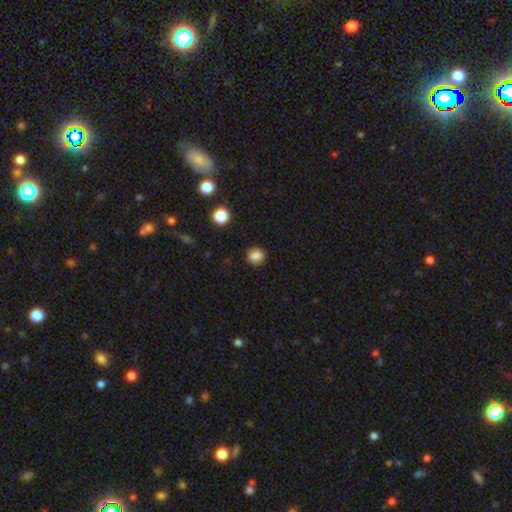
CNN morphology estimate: smooth_or_featured: smooth (p=0.83) [alt: star or artifact p=0.11]
how_rounded: round (p=0.76) [alt: in between p=0.23]
merging: none (p=0.84) [alt: minor disturbance p=0.11]